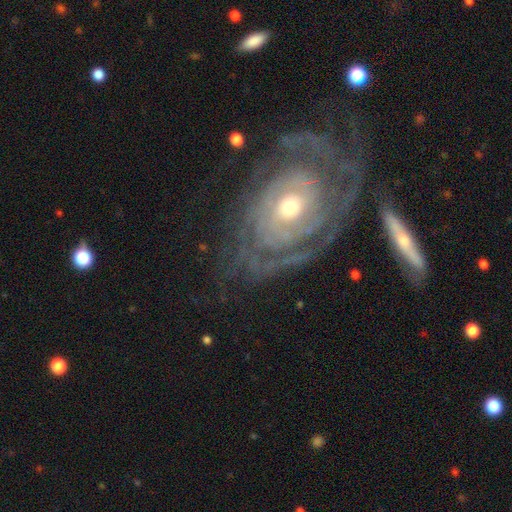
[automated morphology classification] A featured or disk galaxy (88%) with no bar (70%), tight (78%) spiral arms (93%) and a moderate central bulge (54%).

Vote fractions:
- Smooth or featured? featured or disk: 88% / smooth: 6% / star or artifact: 6%
- Edge-on disk? no: 95% / yes: 5%
- Bar? no: 70% / weak: 20% / strong: 10%
- Spiral arms? yes: 93% / no: 7%
- Spiral winding? tight: 78% / medium: 17% / loose: 5%
- Spiral arm count? can't tell: 33% / 2: 24% / 3: 17% / 4: 10% / more than 4: 8% / 1: 7%
- Bulge size? moderate: 54% / small: 40% / large: 4% / dominant: 1% / none: 1%
- Merging? none: 65% / minor disturbance: 17% / major disturbance: 12% / merger: 6%